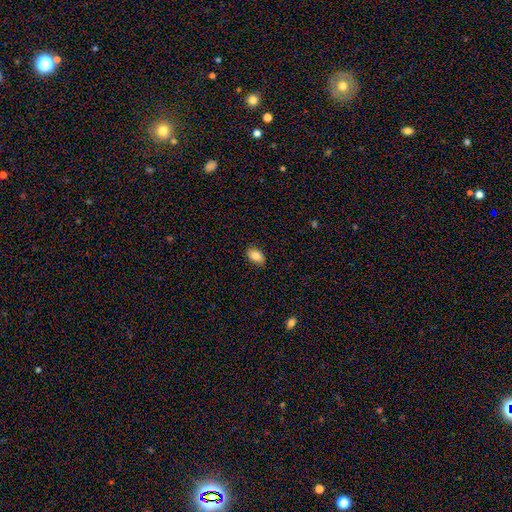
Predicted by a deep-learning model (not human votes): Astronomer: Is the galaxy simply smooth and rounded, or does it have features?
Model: smooth — 83%.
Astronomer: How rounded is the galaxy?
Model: in between — 90%.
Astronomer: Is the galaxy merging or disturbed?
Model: none — 85%.